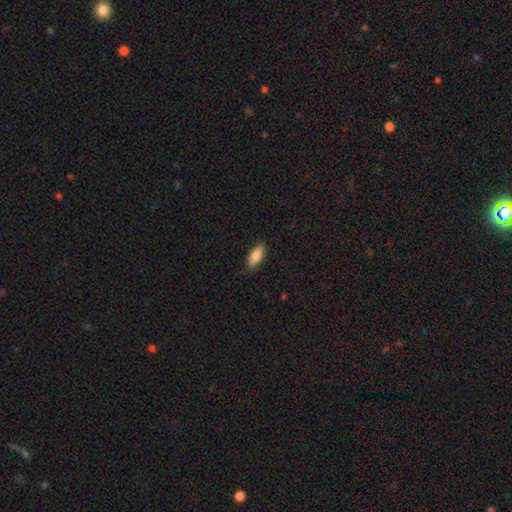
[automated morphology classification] Overall: smooth (84%). How rounded: in between (81%). Merging: none (85%).